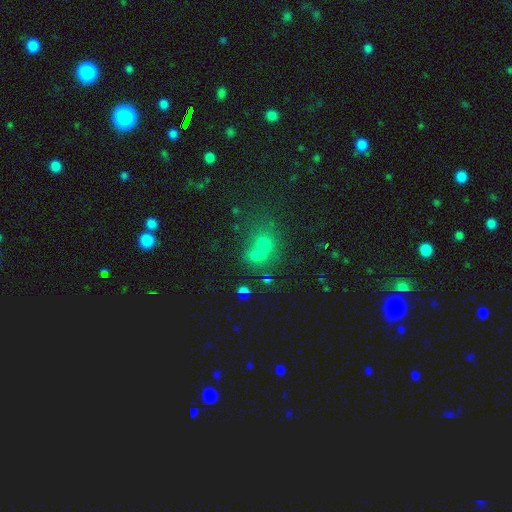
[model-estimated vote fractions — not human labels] Q: Smooth or featured?
A: smooth (63%); runner-up: star or artifact (22%)
Q: How rounded?
A: round (68%); runner-up: in between (31%)
Q: Merging?
A: merger (52%); runner-up: none (34%)